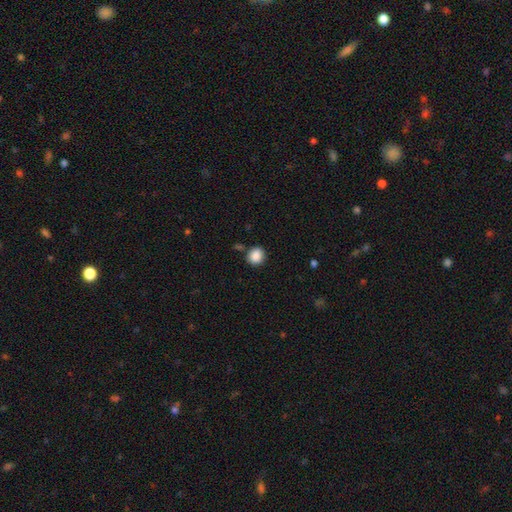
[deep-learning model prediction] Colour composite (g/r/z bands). It shows a smooth galaxy with no disk features (88%) that is round (83%). Merging: none (80%).